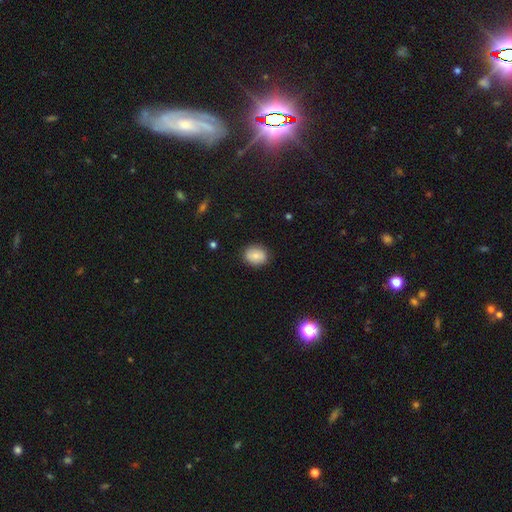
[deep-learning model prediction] Smooth or featured? smooth (77%)
How rounded? round (56%)
Merging? none (86%)